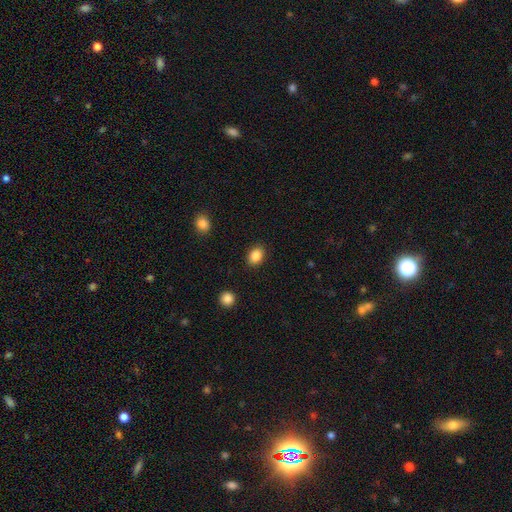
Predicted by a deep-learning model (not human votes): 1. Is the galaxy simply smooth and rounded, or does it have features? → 87% smooth, 9% star or artifact, 4% featured or disk.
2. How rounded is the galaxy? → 67% in between, 32% round, 1% cigar-shaped.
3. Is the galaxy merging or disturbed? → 88% none, 8% minor disturbance, 2% major disturbance, 1% merger.